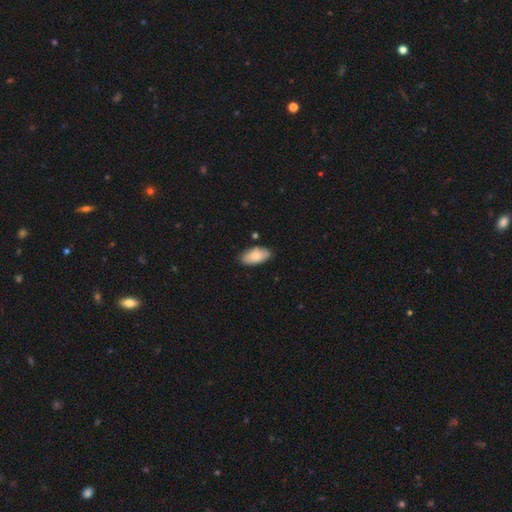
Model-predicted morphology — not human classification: This appears to be a smooth galaxy with no disk features (80%) that is in between round and cigar-shaped (94%). Merging: none (81%).